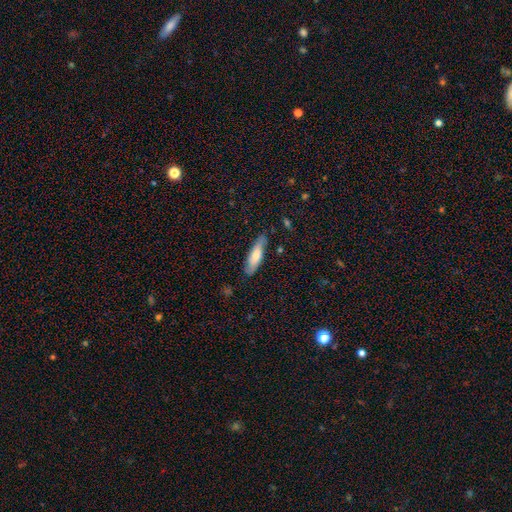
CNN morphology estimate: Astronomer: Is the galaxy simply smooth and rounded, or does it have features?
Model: smooth — 67%.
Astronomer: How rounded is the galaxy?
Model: cigar-shaped — 61% (runner-up: in between, 37%).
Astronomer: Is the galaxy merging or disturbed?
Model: none — 82%.